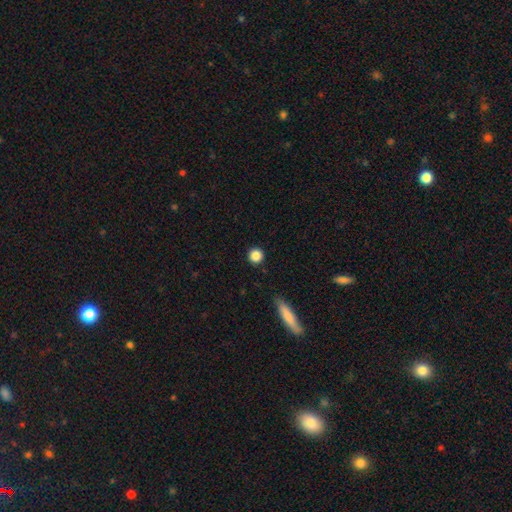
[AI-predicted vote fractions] Smooth or featured? smooth (87%)
How rounded? round (94%)
Merging? none (90%)